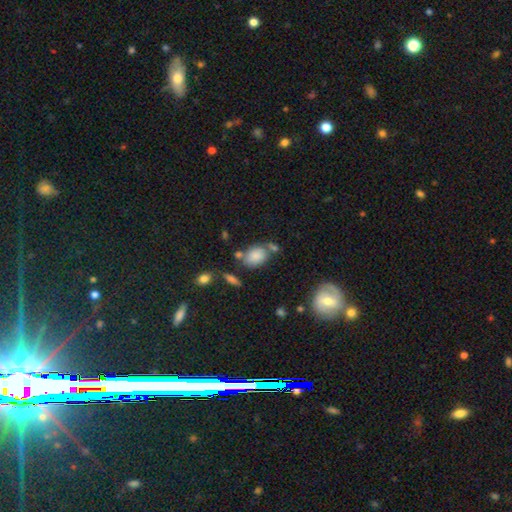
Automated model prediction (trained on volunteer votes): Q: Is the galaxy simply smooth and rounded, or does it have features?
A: smooth — 82%.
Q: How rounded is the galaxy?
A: in between — 76%.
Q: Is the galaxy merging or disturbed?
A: none — 58%.